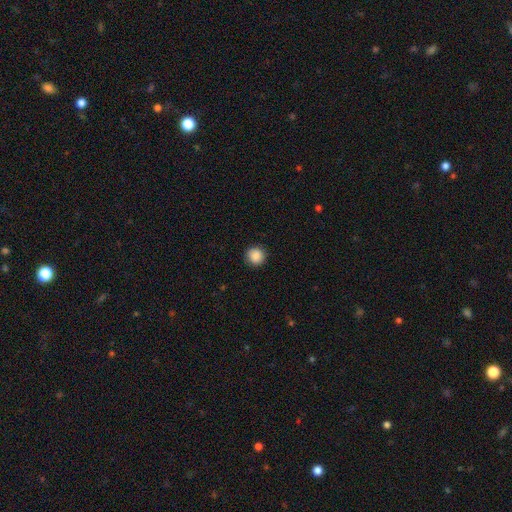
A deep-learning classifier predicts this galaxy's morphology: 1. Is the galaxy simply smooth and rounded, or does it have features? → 88% smooth, 9% star or artifact, 4% featured or disk.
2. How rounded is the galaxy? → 95% round, 4% in between, 1% cigar-shaped.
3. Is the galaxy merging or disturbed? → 92% none, 6% minor disturbance, 2% major disturbance, 1% merger.